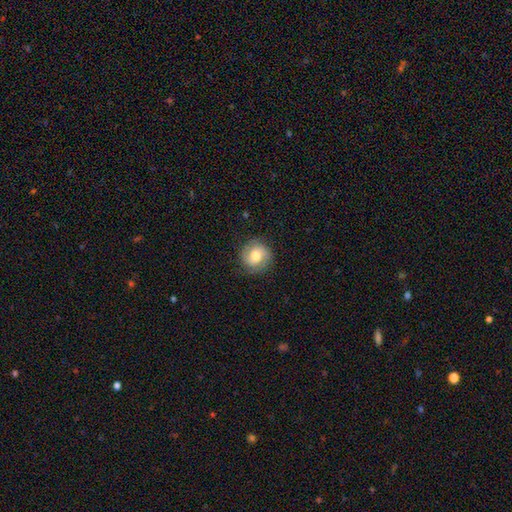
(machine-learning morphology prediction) smooth_or_featured: featured or disk (p=0.59) [alt: smooth p=0.34]
disk_edge_on: no (p=0.98) [alt: yes p=0.02]
bar: no (p=0.52) [alt: weak p=0.38]
has_spiral_arms: yes (p=0.90) [alt: no p=0.10]
spiral_winding: tight (p=0.47) [alt: medium p=0.40]
spiral_arm_count: 2 (p=0.78) [alt: can't tell p=0.10]
bulge_size: moderate (p=0.69) [alt: small p=0.15]
merging: none (p=0.83) [alt: minor disturbance p=0.12]